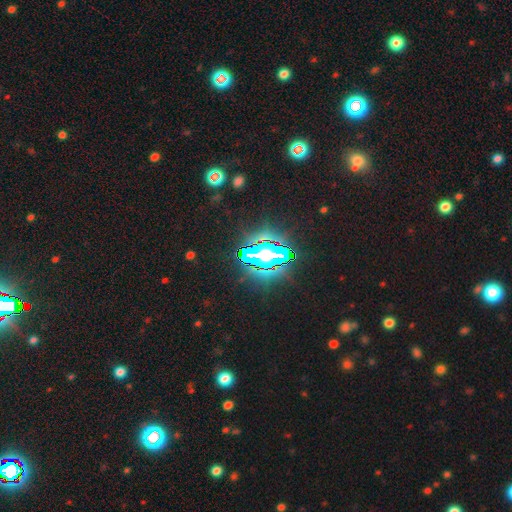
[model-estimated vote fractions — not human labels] smooth_or_featured: star or artifact (p=0.81) [alt: smooth p=0.10]